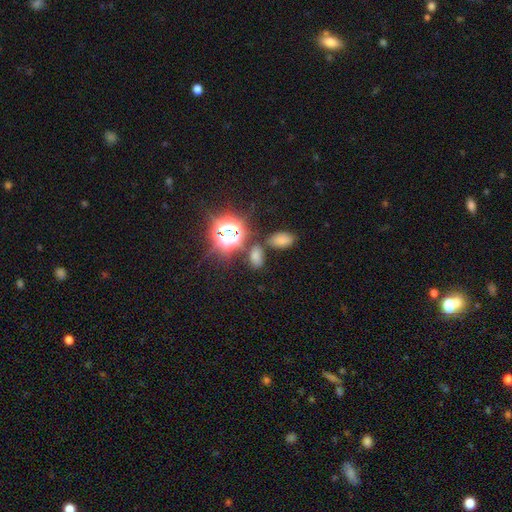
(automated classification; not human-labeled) A smooth galaxy with no disk features (58%) that is in between round and cigar-shaped (82%).

Vote fractions:
- Smooth or featured? smooth: 58% / star or artifact: 34% / featured or disk: 8%
- How rounded? in between: 82% / round: 15% / cigar-shaped: 3%
- Merging? none: 66% / merger: 16% / minor disturbance: 12% / major disturbance: 6%